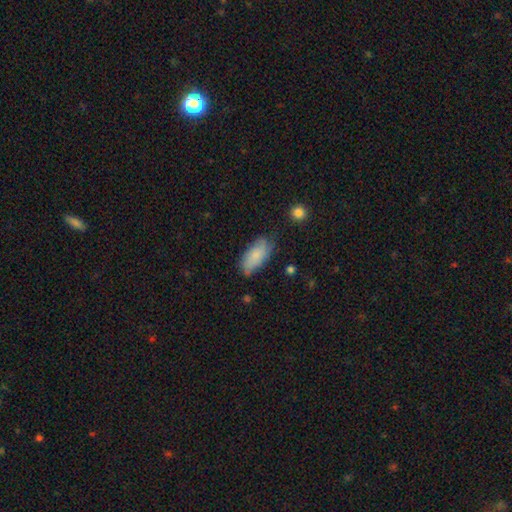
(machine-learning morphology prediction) A smooth galaxy with no disk features (75%) that is in between round and cigar-shaped (90%). Merging: none (65%).